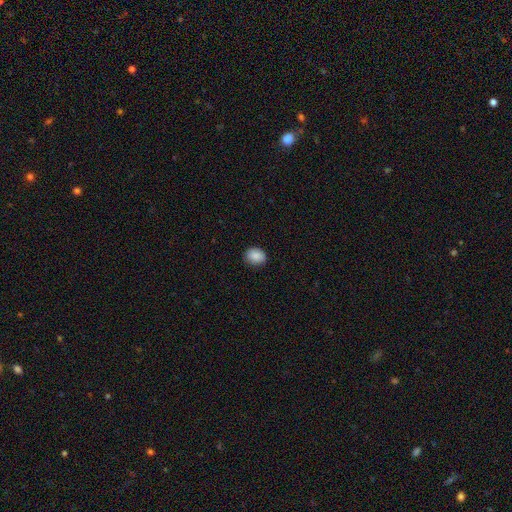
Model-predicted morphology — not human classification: A smooth galaxy with no disk features (88%) that is round (52%). Merging: none (86%).